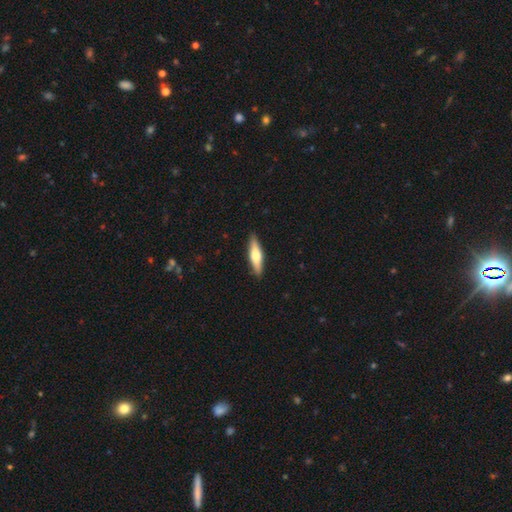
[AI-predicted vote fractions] A smooth galaxy with no disk features (51%) that is cigar-shaped (71%).

Vote fractions:
- Smooth or featured? smooth: 51% / featured or disk: 44% / star or artifact: 5%
- How rounded? cigar-shaped: 71% / in between: 27% / round: 2%
- Merging? none: 90% / minor disturbance: 7% / major disturbance: 2% / merger: 1%